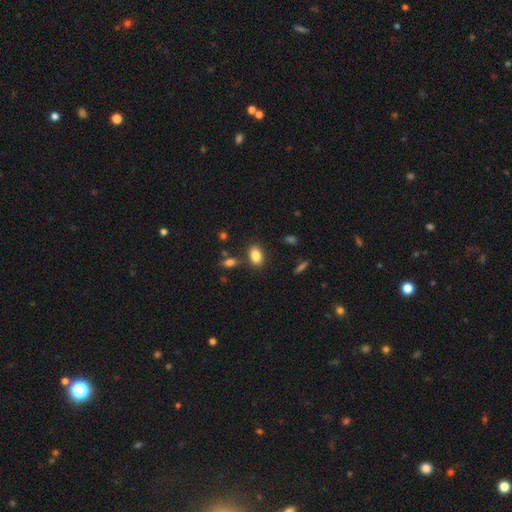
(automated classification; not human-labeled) smooth-or-featured: smooth: 85% | star or artifact: 8% | featured or disk: 6%
  how-rounded: in between: 86% | round: 12% | cigar-shaped: 2%
  merging: none: 81% | minor disturbance: 10% | merger: 6% | major disturbance: 3%